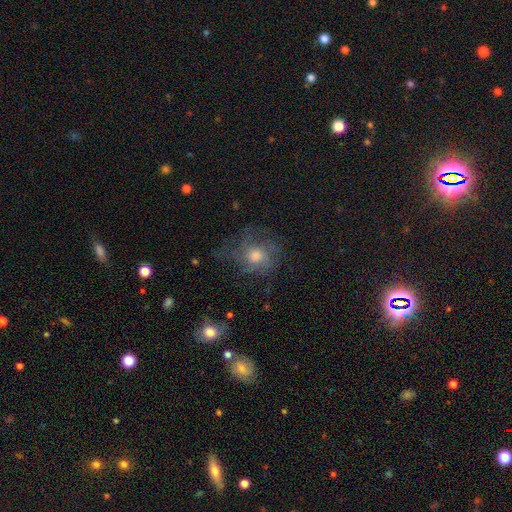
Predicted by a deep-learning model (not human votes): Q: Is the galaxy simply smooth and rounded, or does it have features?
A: featured or disk — 46%.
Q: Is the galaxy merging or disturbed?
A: none — 57%.